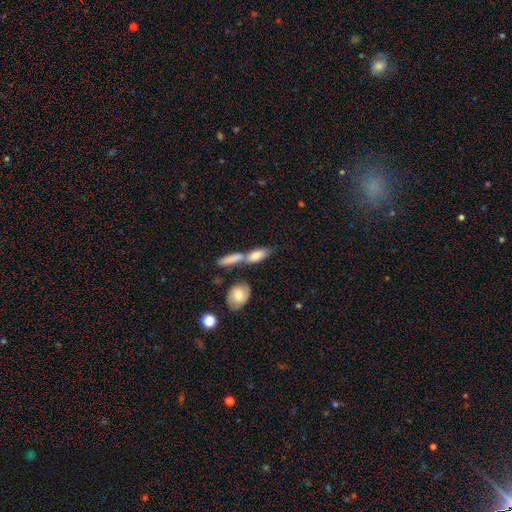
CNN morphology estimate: Overall: smooth (74%). How rounded: in between (67%; cigar-shaped 29%). Merging: none (43%; merger 41%).